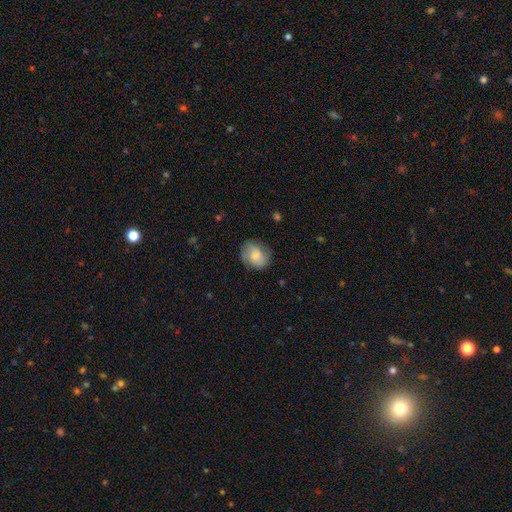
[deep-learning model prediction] This appears to be a smooth galaxy with no disk features (65%) that is round (53%). Merging: none (72%).